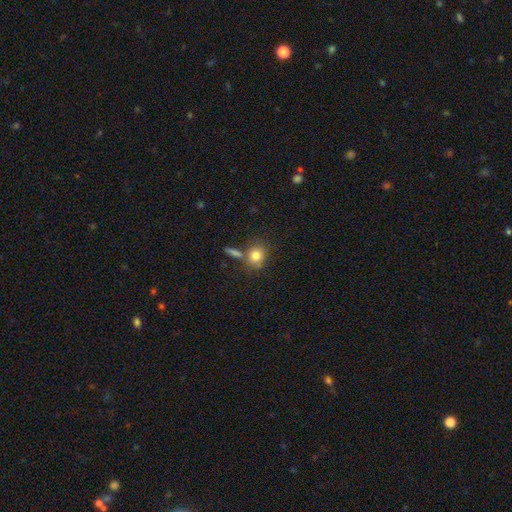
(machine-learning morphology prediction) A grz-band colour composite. It shows a smooth galaxy with no disk features (82%) that is round (71%). Merging: none (63%).